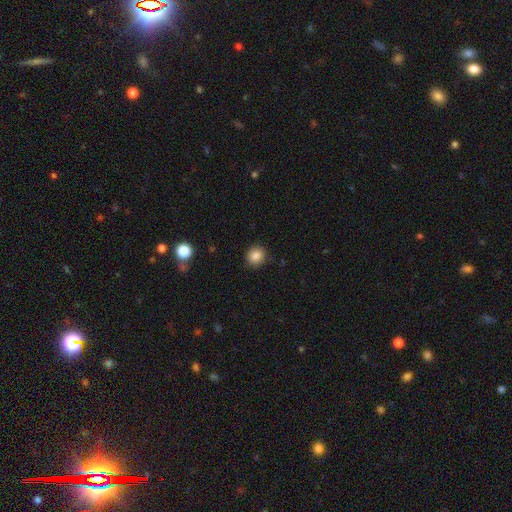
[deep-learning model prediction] Q: Smooth or featured?
A: smooth (85%); runner-up: star or artifact (10%)
Q: How rounded?
A: round (78%); runner-up: in between (21%)
Q: Merging?
A: none (88%); runner-up: minor disturbance (8%)